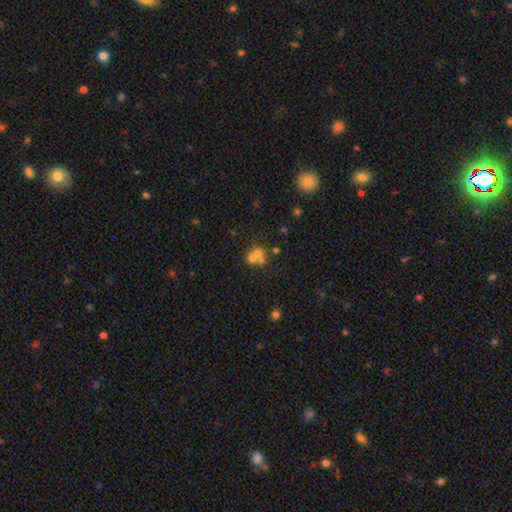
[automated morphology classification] Smooth or featured?
  - smooth: 54% *
  - featured or disk: 27%
  - star or artifact: 19%
How rounded?
  - round: 72% *
  - in between: 27%
  - cigar-shaped: 1%
Merging?
  - merger: 55% *
  - none: 33%
  - minor disturbance: 7%
  - major disturbance: 5%